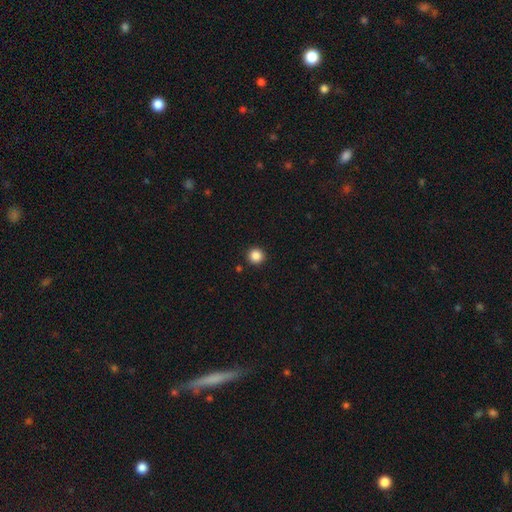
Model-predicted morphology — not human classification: Smooth or featured? smooth (87%)
How rounded? round (95%)
Merging? none (92%)